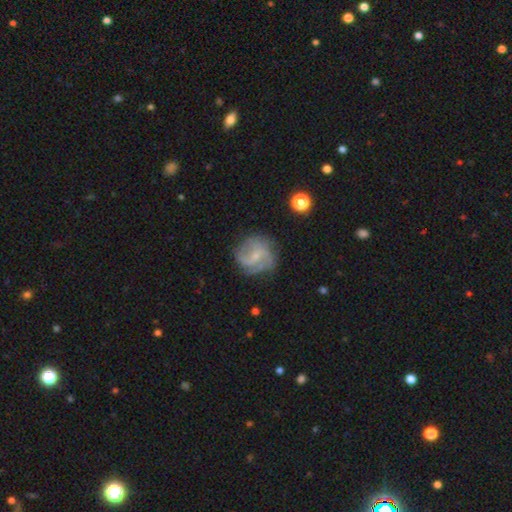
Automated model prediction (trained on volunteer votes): featured or disk 76%, smooth 17%, star or artifact 7%. Down the decision tree: edge-on disk — no (98%); bar — no (46%); spiral arms — yes (92%); spiral arm count — 3 (32%); spiral winding — medium (46%); bulge size — small (72%); merging — none (70%).